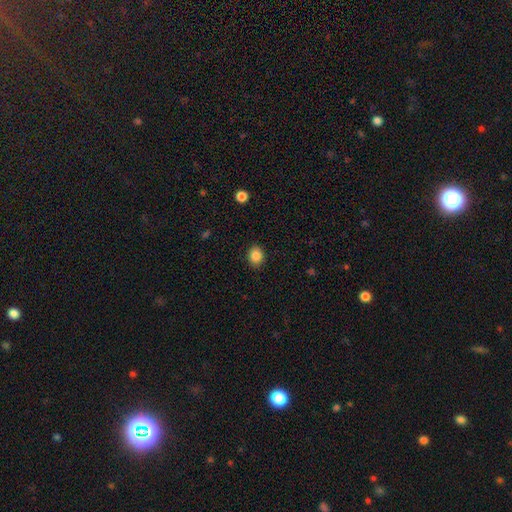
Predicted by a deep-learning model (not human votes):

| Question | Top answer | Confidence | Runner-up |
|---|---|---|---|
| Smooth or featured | smooth | 86% | star or artifact (10%) |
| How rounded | round | 59% | in between (40%) |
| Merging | none | 88% | minor disturbance (8%) |